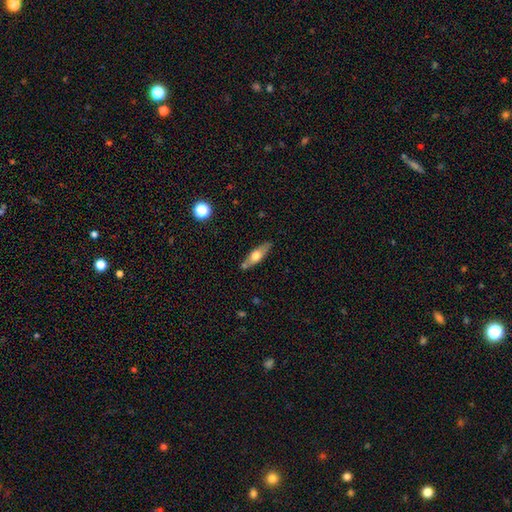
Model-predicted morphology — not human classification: This appears to be a smooth galaxy with no disk features (49%). Merging: none (77%).